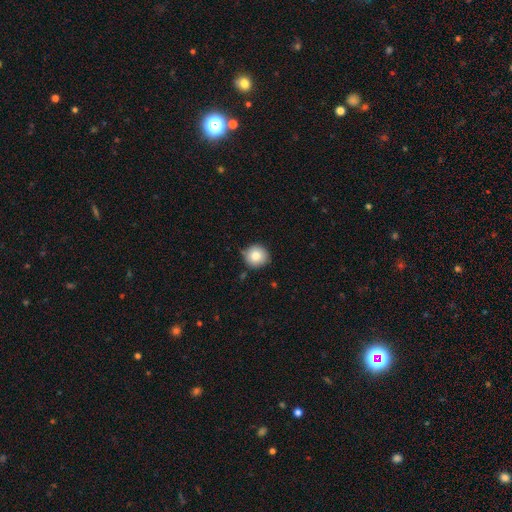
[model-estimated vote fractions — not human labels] Smooth or featured? smooth (82%)
How rounded? round (92%)
Merging? none (84%)